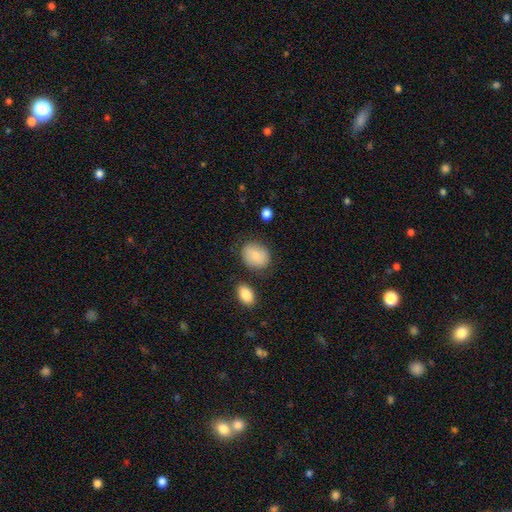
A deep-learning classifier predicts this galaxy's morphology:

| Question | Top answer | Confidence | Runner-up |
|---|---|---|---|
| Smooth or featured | smooth | 78% | featured or disk (15%) |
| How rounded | round | 54% | in between (45%) |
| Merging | none | 76% | minor disturbance (15%) |